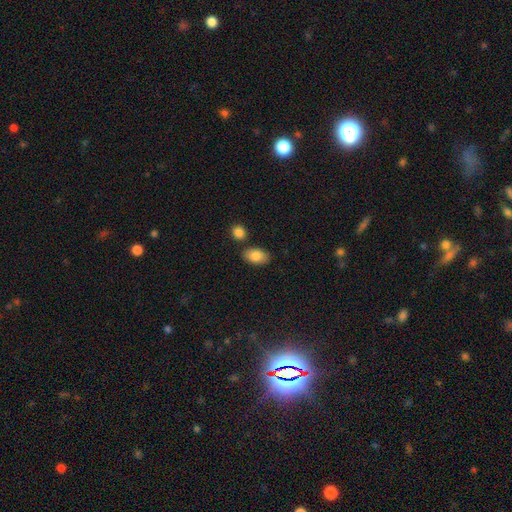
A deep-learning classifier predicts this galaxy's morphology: This appears to be a smooth galaxy with no disk features (85%) that is in between round and cigar-shaped (91%). Merging: none (79%).